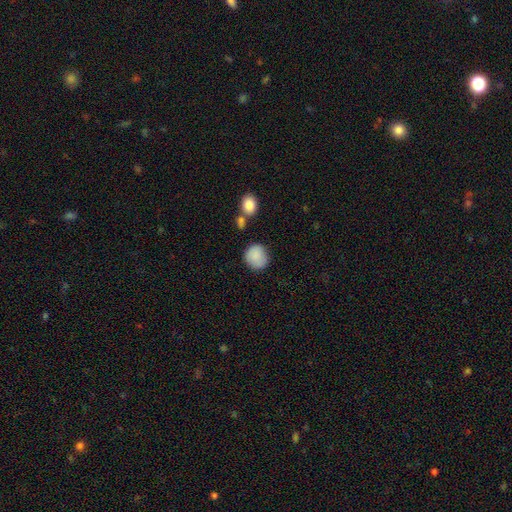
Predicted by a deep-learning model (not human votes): Smooth or featured?
  - smooth: 88% *
  - star or artifact: 7%
  - featured or disk: 5%
How rounded?
  - round: 85% *
  - in between: 14%
  - cigar-shaped: 1%
Merging?
  - none: 75% *
  - minor disturbance: 16%
  - merger: 5%
  - major disturbance: 4%